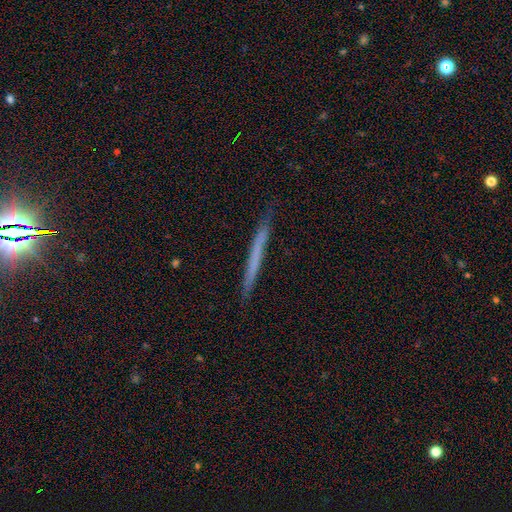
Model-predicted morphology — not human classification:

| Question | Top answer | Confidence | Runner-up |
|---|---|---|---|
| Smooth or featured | smooth | 51% | featured or disk (42%) |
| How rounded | cigar-shaped | 97% | in between (2%) |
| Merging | none | 88% | minor disturbance (9%) |